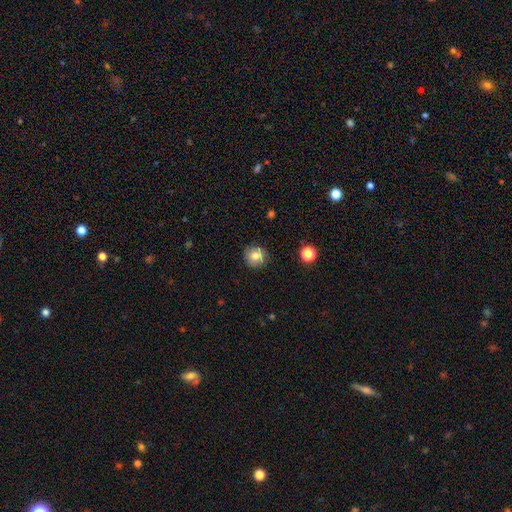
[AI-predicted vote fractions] smooth_or_featured: smooth (p=0.76) [alt: featured or disk p=0.13]
how_rounded: round (p=0.90) [alt: in between p=0.09]
merging: none (p=0.85) [alt: minor disturbance p=0.11]